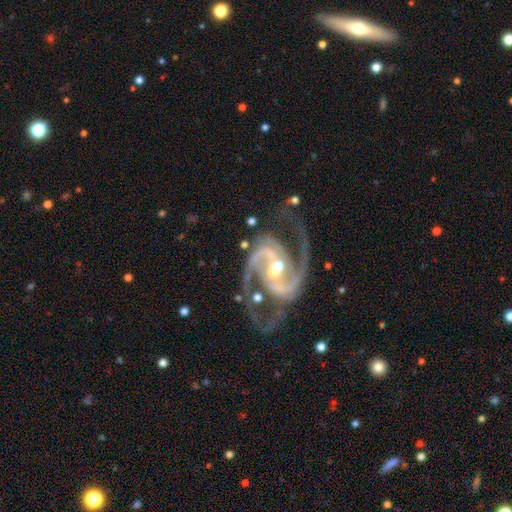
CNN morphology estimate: This is clearly a featured or disk galaxy (94%). It is clearly not viewed edge-on (98%). Bar: marginally strong (43%). Spiral arm pattern: clearly yes (99%). Spiral arm count: clearly 2 (92%). Spiral winding: likely medium (65%). Central bulge: possibly moderate (51%). Merging: likely none (69%).